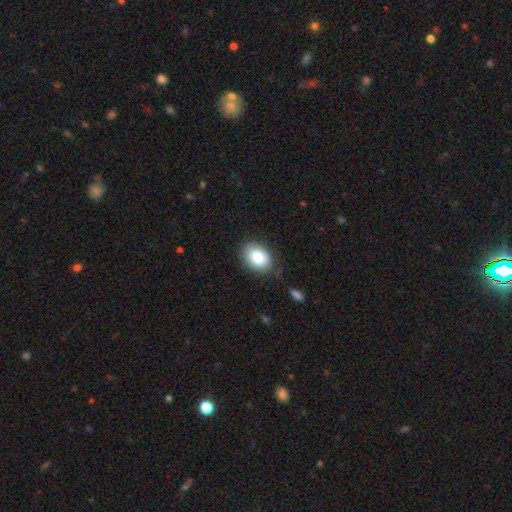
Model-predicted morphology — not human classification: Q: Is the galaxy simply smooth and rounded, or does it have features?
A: smooth — 87%.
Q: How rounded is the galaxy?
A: in between — 79%.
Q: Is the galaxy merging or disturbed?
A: none — 80%.